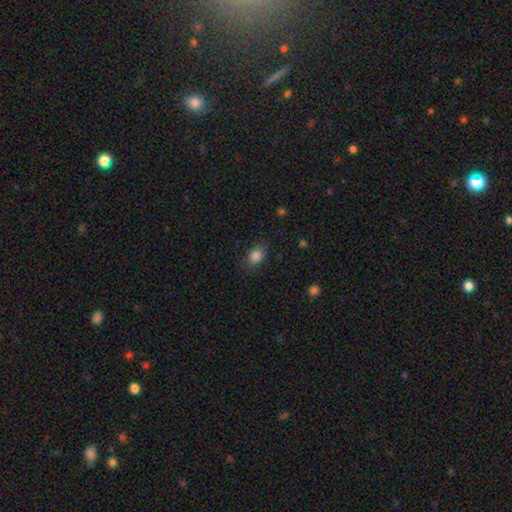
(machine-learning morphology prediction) Q: Smooth or featured?
A: smooth (85%); runner-up: star or artifact (10%)
Q: How rounded?
A: in between (69%); runner-up: round (29%)
Q: Merging?
A: none (79%); runner-up: minor disturbance (15%)